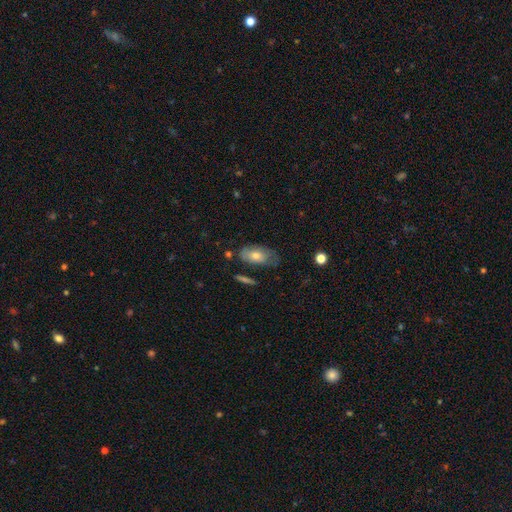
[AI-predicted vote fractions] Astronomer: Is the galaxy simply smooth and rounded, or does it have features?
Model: smooth — 62%.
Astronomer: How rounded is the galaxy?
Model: in between — 89%.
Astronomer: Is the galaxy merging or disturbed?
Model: none — 57%.